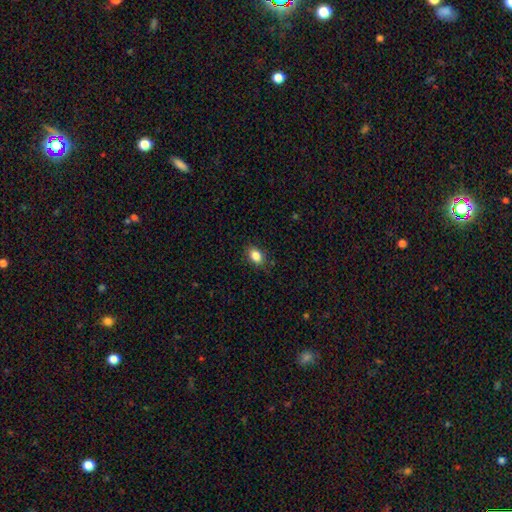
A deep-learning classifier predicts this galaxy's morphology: This appears to be a smooth galaxy with no disk features (85%) that is in between round and cigar-shaped (76%). Merging: none (82%).